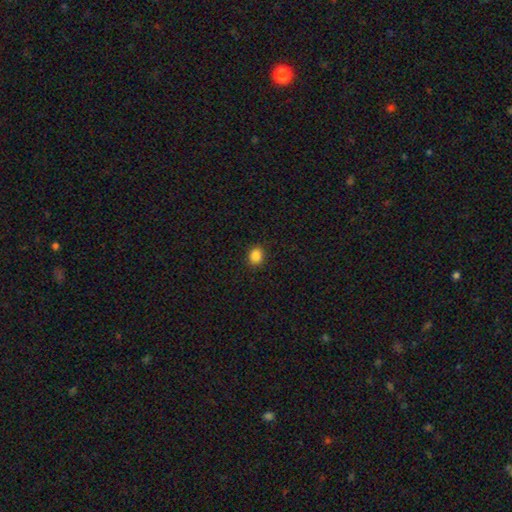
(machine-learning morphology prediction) Overall: smooth (86%). How rounded: round (71%). Merging: none (91%).